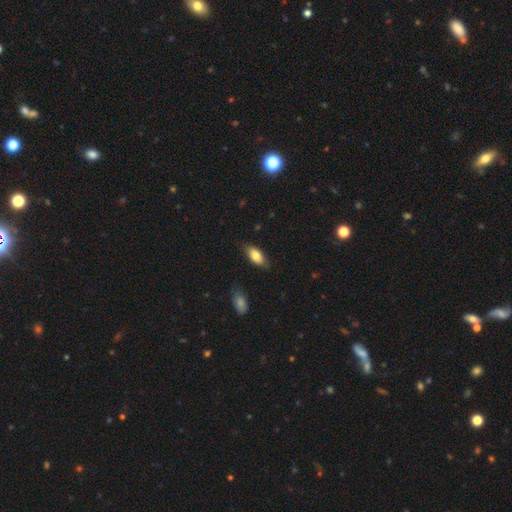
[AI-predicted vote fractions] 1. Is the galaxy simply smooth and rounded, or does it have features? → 80% smooth, 14% featured or disk, 7% star or artifact.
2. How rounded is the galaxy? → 89% in between, 9% cigar-shaped, 3% round.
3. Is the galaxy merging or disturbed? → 79% none, 16% minor disturbance, 3% major disturbance, 2% merger.